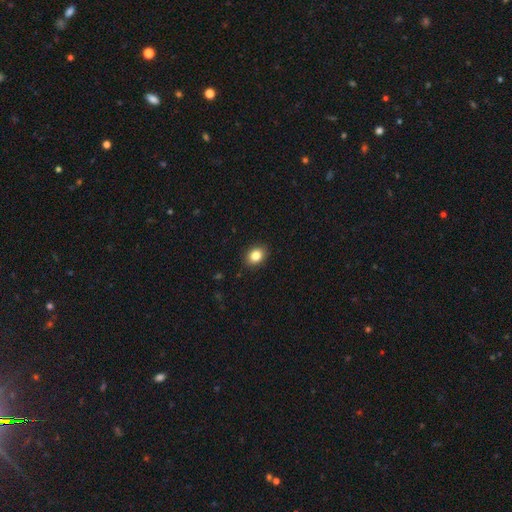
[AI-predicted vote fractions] Smooth or featured? smooth (84%)
How rounded? in between (58%)
Merging? none (90%)